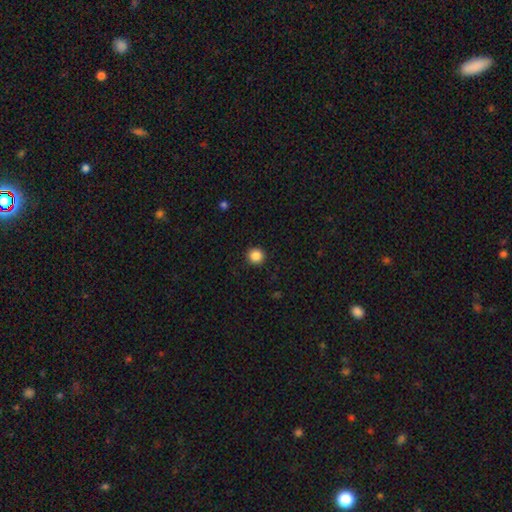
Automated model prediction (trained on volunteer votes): Smooth or featured?
  - smooth: 86% *
  - star or artifact: 10%
  - featured or disk: 3%
How rounded?
  - round: 95% *
  - in between: 4%
  - cigar-shaped: 1%
Merging?
  - none: 93% *
  - minor disturbance: 4%
  - major disturbance: 2%
  - merger: 1%